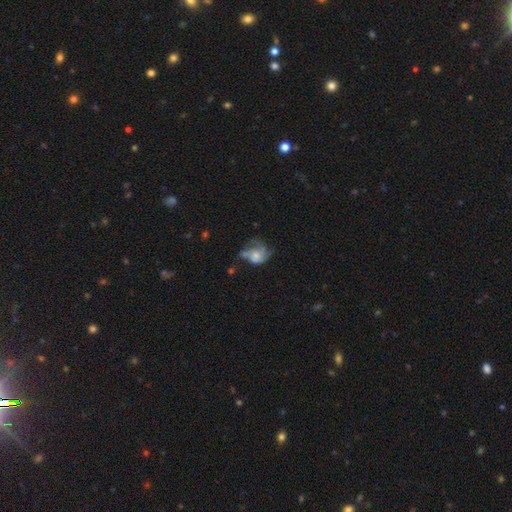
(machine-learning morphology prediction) Smooth or featured? featured or disk (56%)
Edge-on disk? no (98%)
Bar? no (80%)
Spiral arms? yes (67%)
Bulge size? moderate (42%)
Merging? major disturbance (37%)